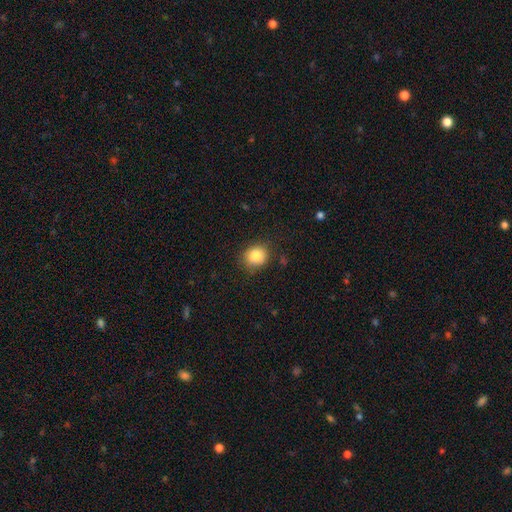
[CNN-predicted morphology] A smooth galaxy with no disk features (83%) that is round (79%).

Vote fractions:
- Smooth or featured? smooth: 83% / star or artifact: 10% / featured or disk: 7%
- How rounded? round: 79% / in between: 21% / cigar-shaped: 1%
- Merging? none: 80% / minor disturbance: 15% / major disturbance: 3% / merger: 1%